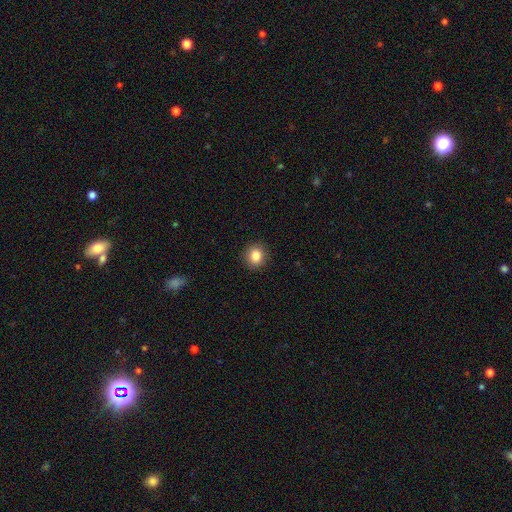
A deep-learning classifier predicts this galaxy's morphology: Q: Smooth or featured?
A: smooth (84%); runner-up: star or artifact (10%)
Q: How rounded?
A: round (85%); runner-up: in between (14%)
Q: Merging?
A: none (91%); runner-up: minor disturbance (6%)